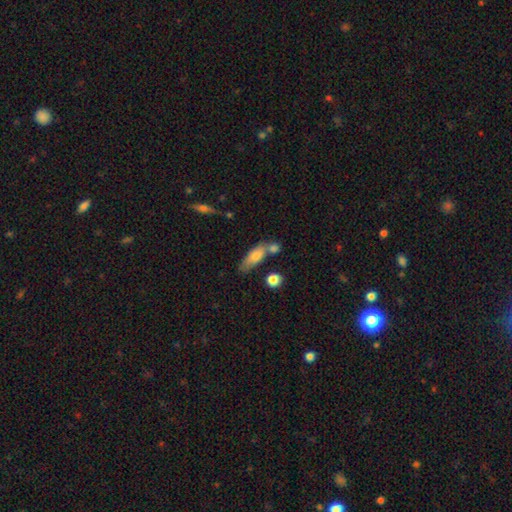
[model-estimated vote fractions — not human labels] The model was most divided on "merging": none: 49%, merger: 26%, minor disturbance: 18%, major disturbance: 6%. More confident: smooth or featured — smooth (73%); how rounded — in between (60%).